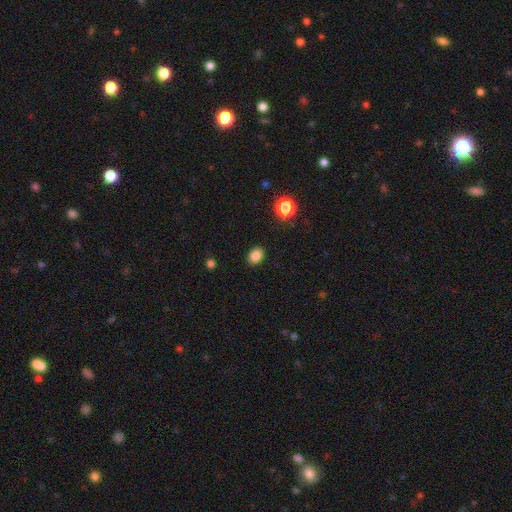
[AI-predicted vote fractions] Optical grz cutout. It shows a smooth galaxy with no disk features (85%) that is in between round and cigar-shaped (61%). Merging: none (88%).